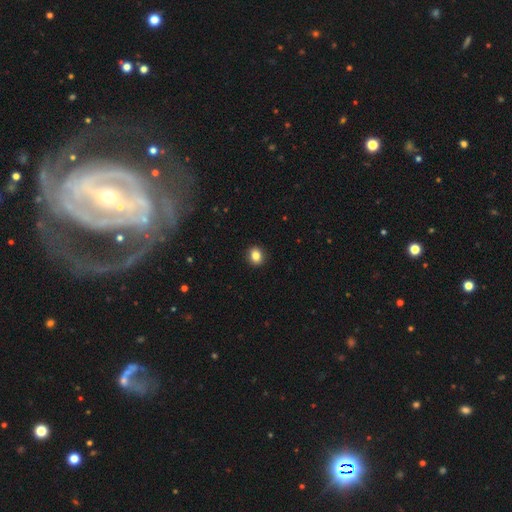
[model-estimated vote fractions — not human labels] smooth_or_featured: smooth (p=0.84) [alt: star or artifact p=0.10]
how_rounded: round (p=0.62) [alt: in between p=0.36]
merging: none (p=0.91) [alt: minor disturbance p=0.06]